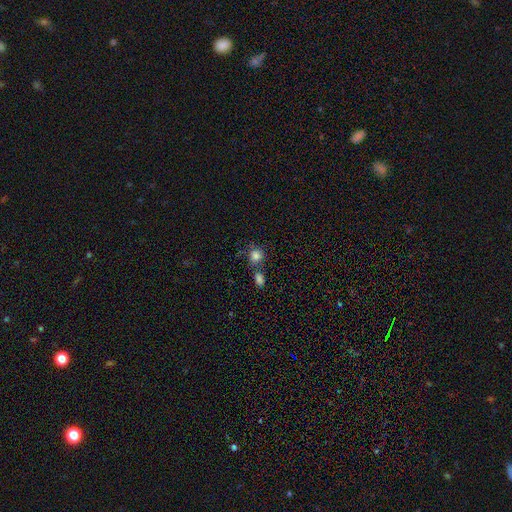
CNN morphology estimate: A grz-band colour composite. It shows a smooth galaxy with no disk features (82%) that is round (81%). Merging: none (56%).